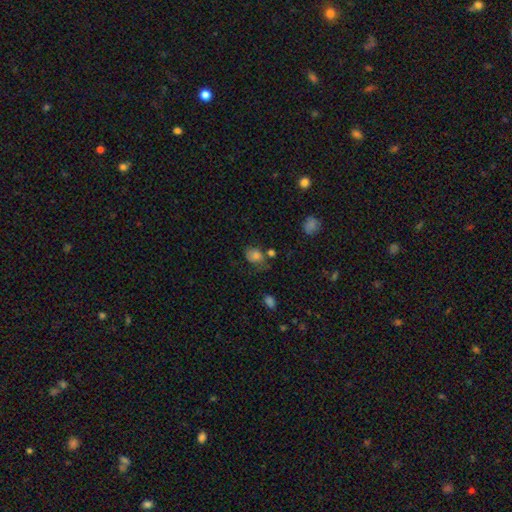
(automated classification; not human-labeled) Smooth or featured? Predicted: smooth (p=0.72). How rounded? Predicted: in between (p=0.53). Merging? Predicted: none (p=0.47).